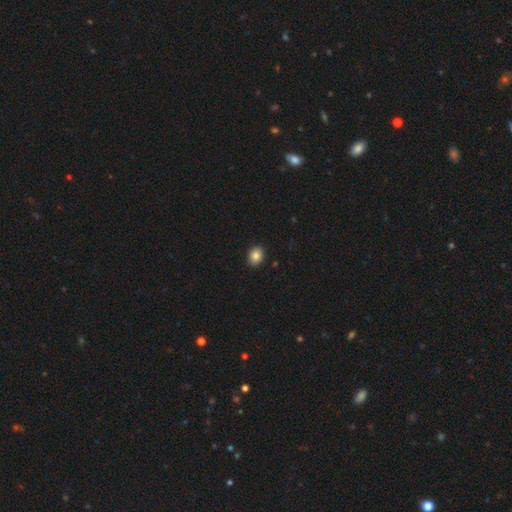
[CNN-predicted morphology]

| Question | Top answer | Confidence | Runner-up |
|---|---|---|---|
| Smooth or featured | smooth | 86% | star or artifact (9%) |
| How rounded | round | 54% | in between (45%) |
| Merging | none | 90% | minor disturbance (7%) |